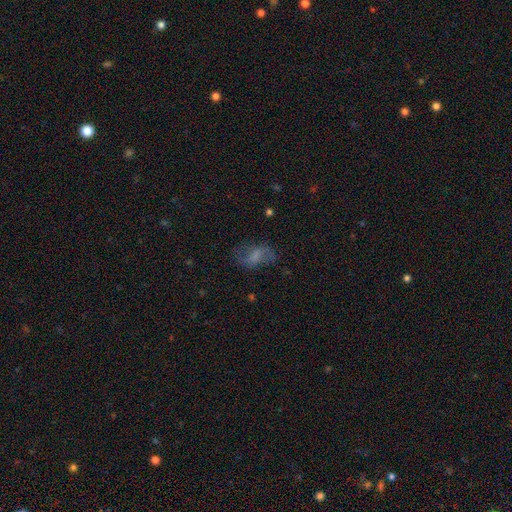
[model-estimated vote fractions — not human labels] Smooth or featured: smooth — 46% (featured or disk — 42%)
Merging: none — 57% (minor disturbance — 21%)